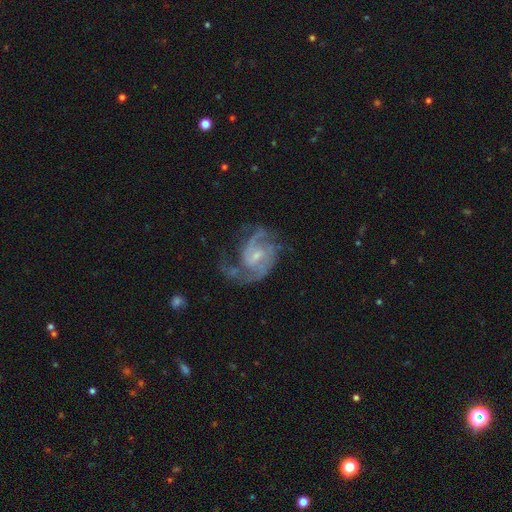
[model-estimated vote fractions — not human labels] Smooth or featured: featured or disk — 88% (smooth — 7%)
Edge-on disk: no — 98% (yes — 2%)
Bar: weak — 55% (no — 32%)
Spiral arms: yes — 96% (no — 4%)
Spiral winding: medium — 53% (tight — 28%)
Spiral arm count: 2 — 63% (3 — 13%)
Bulge size: small — 63% (moderate — 28%)
Merging: none — 54% (major disturbance — 22%)